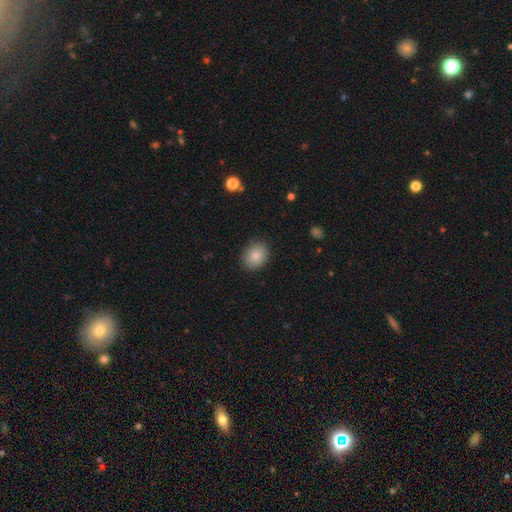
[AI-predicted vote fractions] smooth-or-featured: smooth: 87% | star or artifact: 8% | featured or disk: 6%
  how-rounded: in between: 50% | round: 49% | cigar-shaped: 1%
  merging: none: 88% | minor disturbance: 9% | major disturbance: 2% | merger: 1%